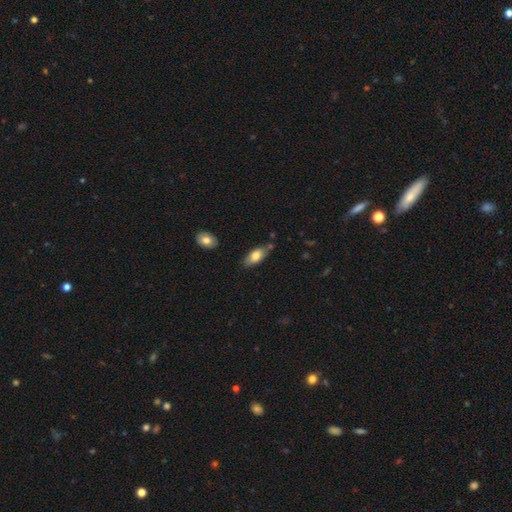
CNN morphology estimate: smooth 76%, featured or disk 18%, star or artifact 7%. Down the decision tree: how rounded — in between (84%); merging — none (71%).